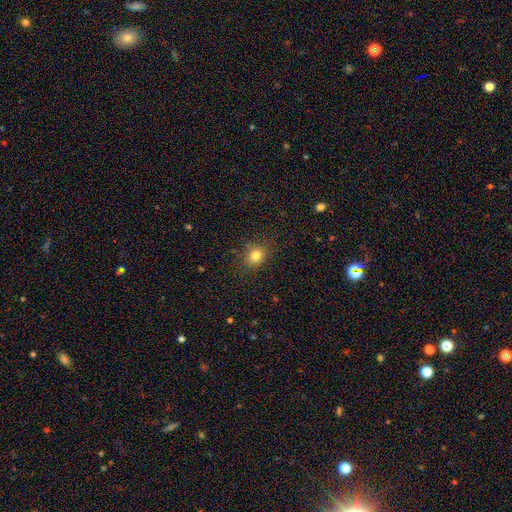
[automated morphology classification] smooth 81%, star or artifact 13%, featured or disk 6%. Down the decision tree: how rounded — round (68%); merging — none (85%).